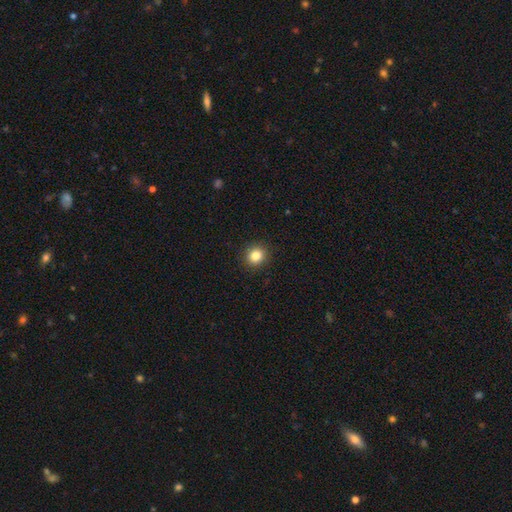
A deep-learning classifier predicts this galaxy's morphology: smooth_or_featured: smooth (p=0.84) [alt: star or artifact p=0.11]
how_rounded: round (p=0.87) [alt: in between p=0.12]
merging: none (p=0.92) [alt: minor disturbance p=0.06]